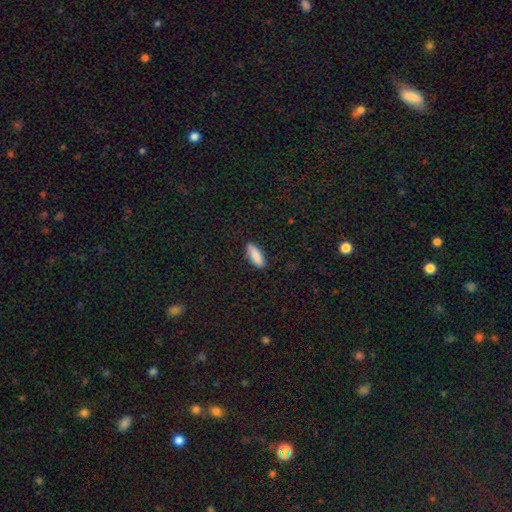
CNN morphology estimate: Smooth or featured?
  - smooth: 88% *
  - star or artifact: 6%
  - featured or disk: 6%
How rounded?
  - in between: 69% *
  - cigar-shaped: 29%
  - round: 2%
Merging?
  - none: 84% *
  - minor disturbance: 12%
  - major disturbance: 2%
  - merger: 1%